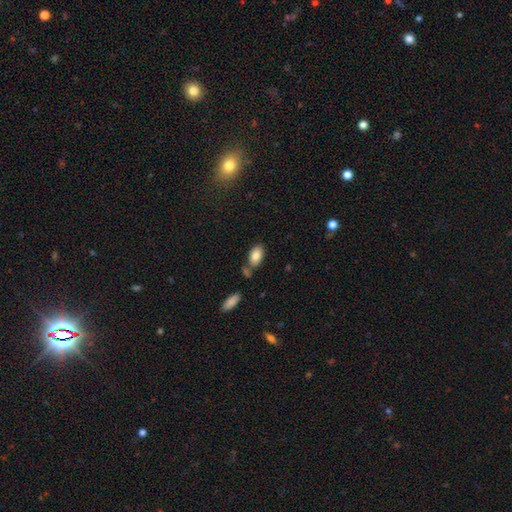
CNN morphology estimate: Q: Smooth or featured?
A: smooth (84%); runner-up: featured or disk (9%)
Q: How rounded?
A: in between (93%); runner-up: round (5%)
Q: Merging?
A: none (67%); runner-up: merger (15%)